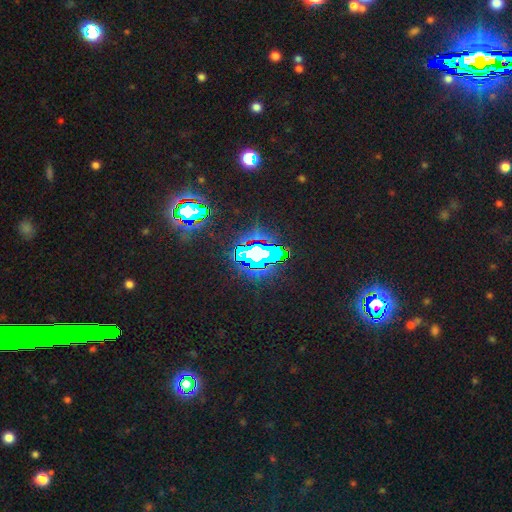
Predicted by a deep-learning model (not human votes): Smooth or featured?
  - star or artifact: 71% *
  - smooth: 15%
  - featured or disk: 14%